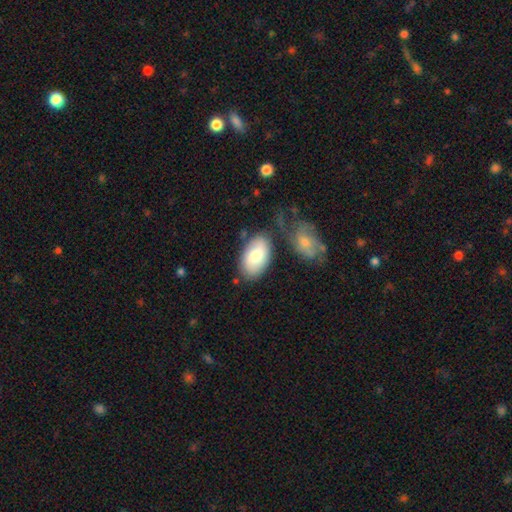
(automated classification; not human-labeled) Smooth or featured: smooth — 76% (featured or disk — 18%)
How rounded: in between — 93% (round — 5%)
Merging: none — 68% (minor disturbance — 17%)